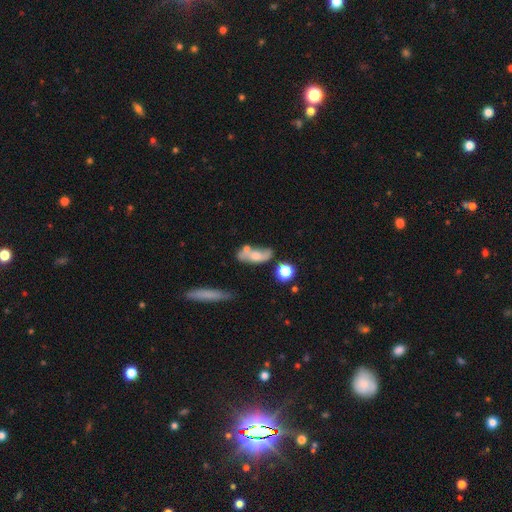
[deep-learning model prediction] This is possibly a smooth galaxy (47%). Merging: marginally none (43%).